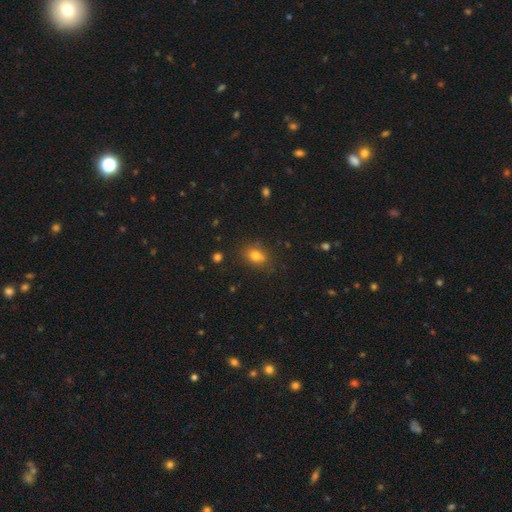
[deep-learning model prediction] A smooth galaxy with no disk features (79%) that is in between round and cigar-shaped (70%).

Vote fractions:
- Smooth or featured? smooth: 79% / star or artifact: 12% / featured or disk: 9%
- How rounded? in between: 70% / round: 28% / cigar-shaped: 2%
- Merging? none: 75% / minor disturbance: 17% / major disturbance: 4% / merger: 4%